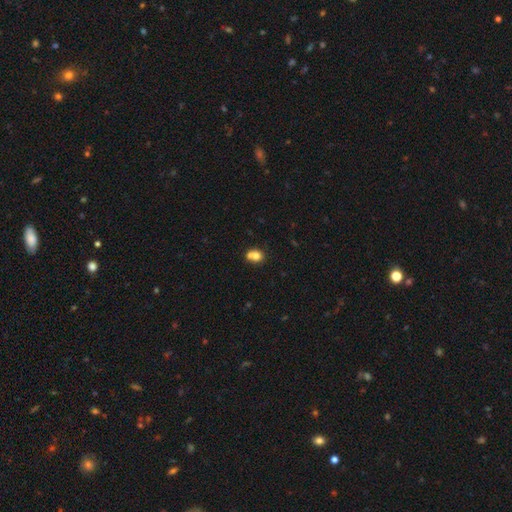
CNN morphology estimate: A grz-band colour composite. It shows a smooth galaxy with no disk features (74%) that is round (69%). Merging: merger (51%).